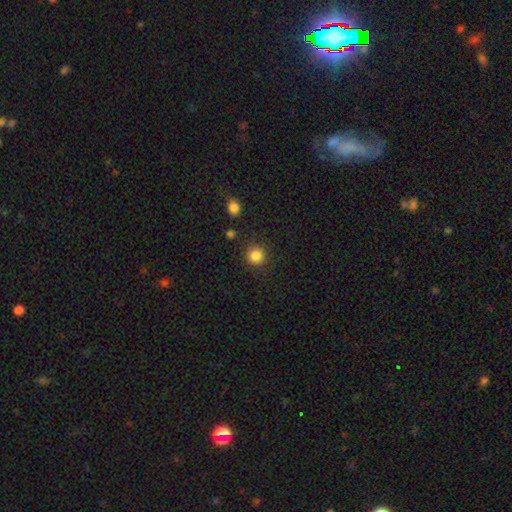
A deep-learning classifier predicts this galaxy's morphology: smooth_or_featured: smooth (p=0.85) [alt: star or artifact p=0.11]
how_rounded: round (p=0.93) [alt: in between p=0.06]
merging: none (p=0.86) [alt: minor disturbance p=0.08]